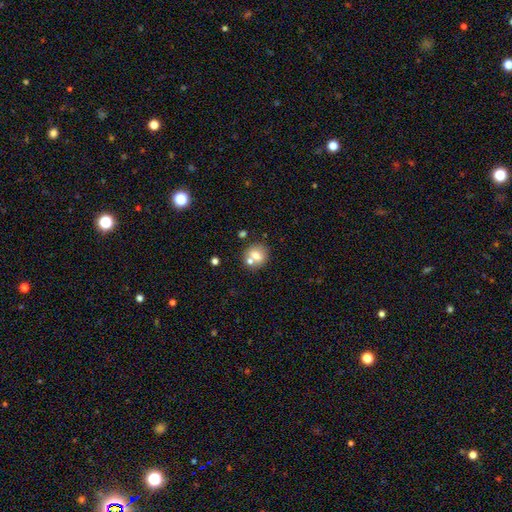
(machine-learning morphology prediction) smooth-or-featured: smooth: 71% | featured or disk: 18% | star or artifact: 10%
  how-rounded: round: 79% | in between: 20% | cigar-shaped: 1%
  merging: none: 60% | merger: 26% | minor disturbance: 10% | major disturbance: 3%